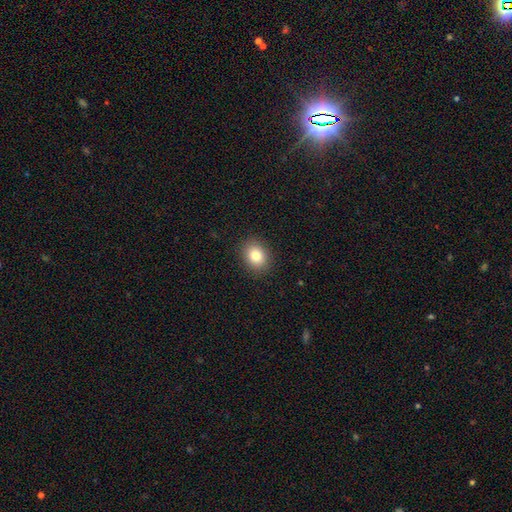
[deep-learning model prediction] Smooth or featured? smooth (84%)
How rounded? in between (51%)
Merging? none (90%)